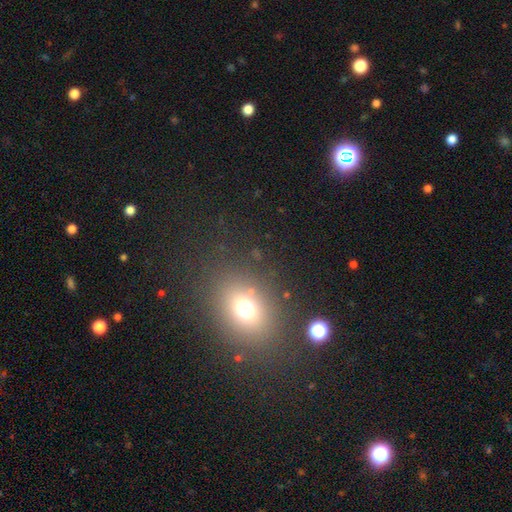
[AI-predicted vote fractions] smooth_or_featured: smooth (p=0.62) [alt: star or artifact p=0.29]
how_rounded: in between (p=0.57) [alt: round p=0.42]
merging: none (p=0.86) [alt: minor disturbance p=0.07]